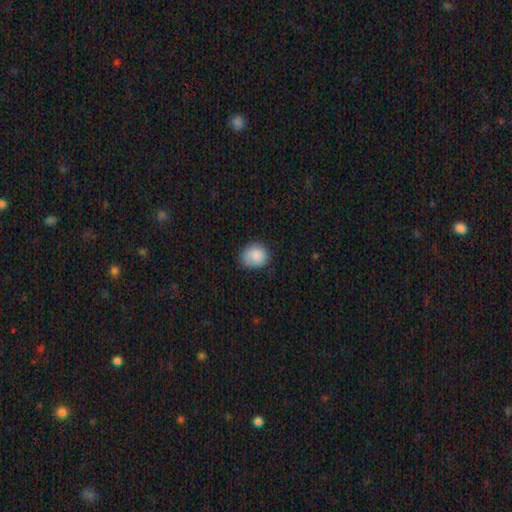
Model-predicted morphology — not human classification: smooth 87%, star or artifact 7%, featured or disk 6%. Down the decision tree: how rounded — round (57%); merging — none (70%).